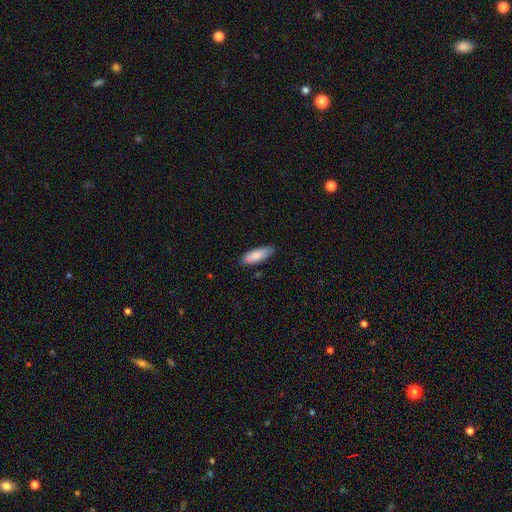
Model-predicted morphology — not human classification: Smooth or featured?
  - smooth: 85% *
  - featured or disk: 10%
  - star or artifact: 5%
How rounded?
  - in between: 60% *
  - cigar-shaped: 39%
  - round: 2%
Merging?
  - none: 85% *
  - minor disturbance: 12%
  - major disturbance: 2%
  - merger: 1%